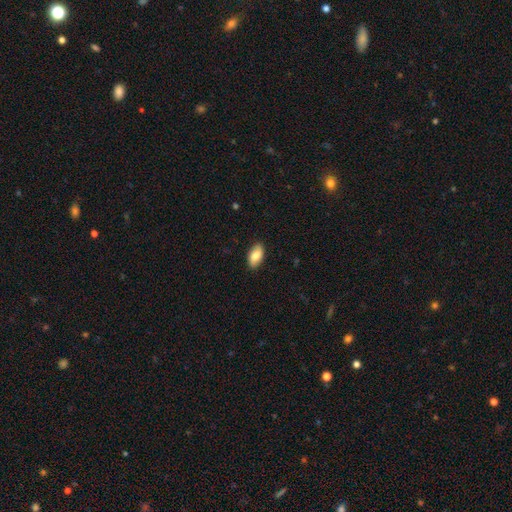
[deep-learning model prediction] A smooth galaxy with no disk features (80%) that is in between round and cigar-shaped (93%). Merging: none (87%).